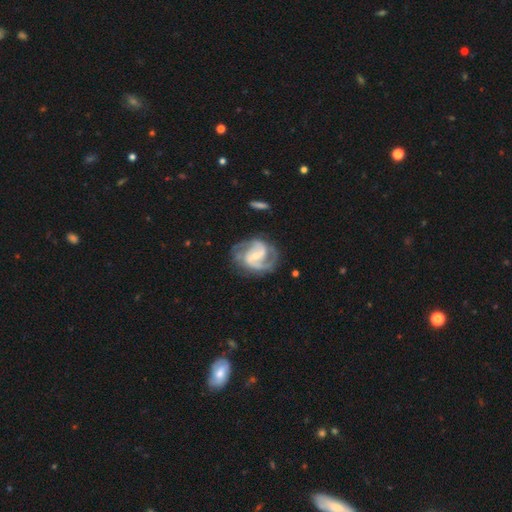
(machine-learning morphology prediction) Smooth or featured? featured or disk (89%)
Edge-on disk? no (98%)
Bar? weak (48%)
Spiral arms? yes (97%)
Spiral winding? medium (53%)
Spiral arm count? 2 (77%)
Bulge size? small (63%)
Merging? none (68%)